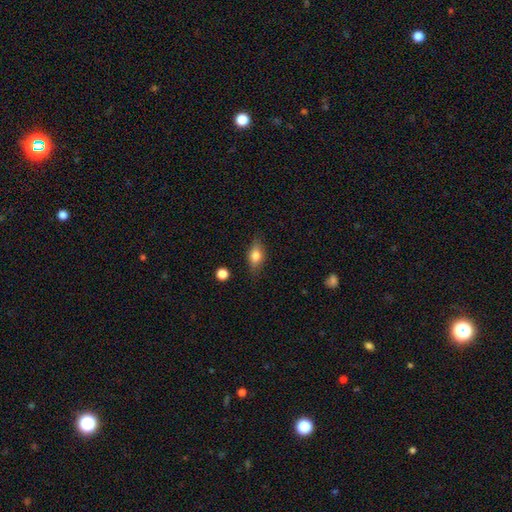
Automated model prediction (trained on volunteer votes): Smooth or featured: smooth — 71% (featured or disk — 20%)
How rounded: in between — 77% (round — 12%)
Merging: none — 81% (minor disturbance — 14%)